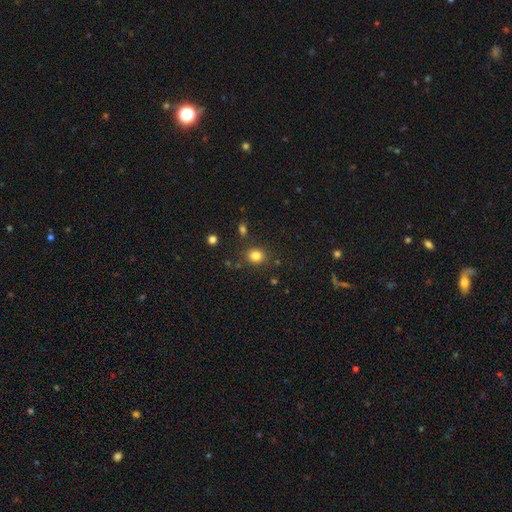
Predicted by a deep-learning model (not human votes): Overall: smooth (82%). How rounded: round (67%; in between 32%). Merging: none (82%).